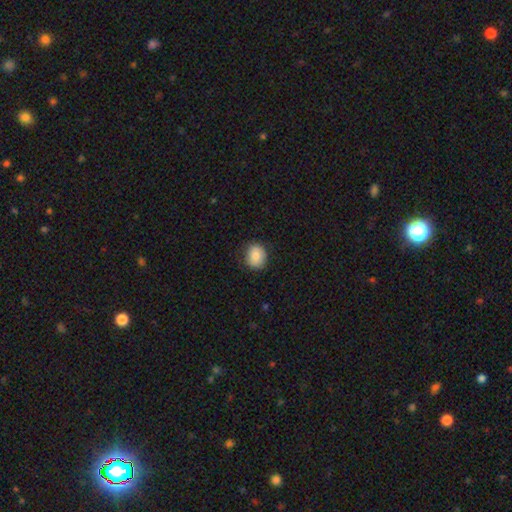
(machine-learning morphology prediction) smooth_or_featured: smooth (p=0.81) [alt: featured or disk p=0.11]
how_rounded: round (p=0.69) [alt: in between p=0.30]
merging: none (p=0.81) [alt: minor disturbance p=0.15]